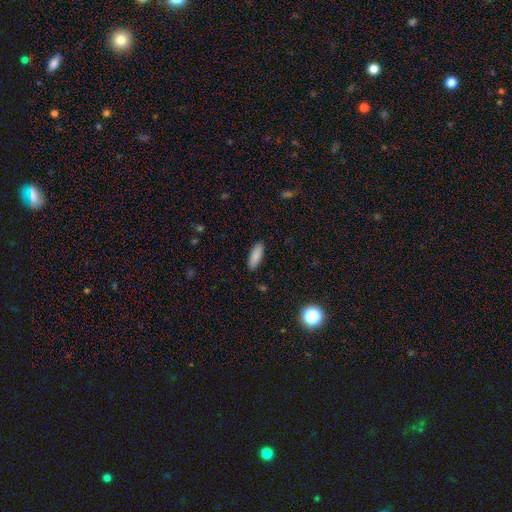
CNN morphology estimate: The model was most divided on "how rounded": in between: 63%, cigar-shaped: 35%, round: 2%. More confident: merging — none (89%); smooth or featured — smooth (86%).